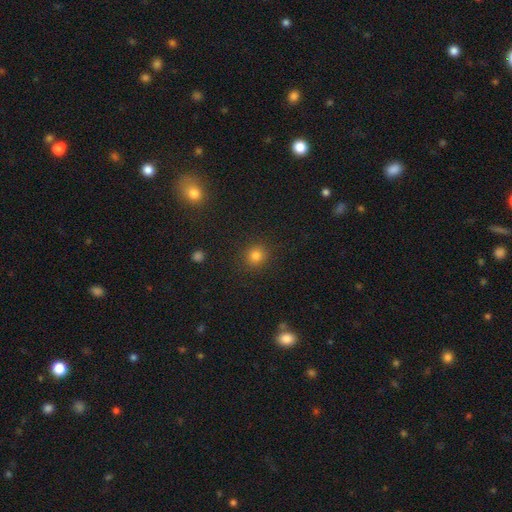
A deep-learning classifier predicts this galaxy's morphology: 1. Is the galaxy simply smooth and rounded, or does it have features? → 80% smooth, 14% star or artifact, 5% featured or disk.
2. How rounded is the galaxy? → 89% round, 10% in between, 1% cigar-shaped.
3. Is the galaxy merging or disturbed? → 89% none, 7% minor disturbance, 3% major disturbance, 1% merger.